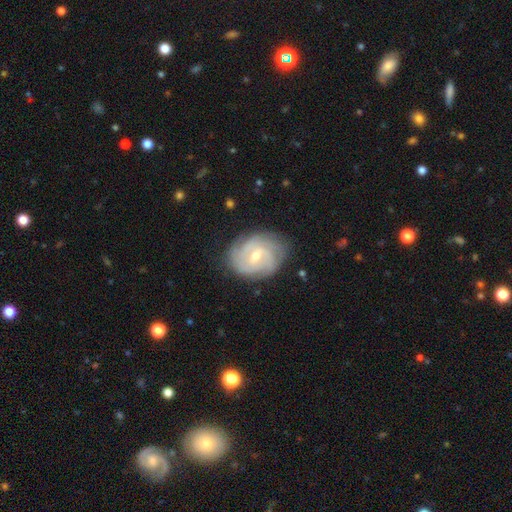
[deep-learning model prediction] The model was most divided on "bulge size": moderate: 53%, small: 43%, large: 2%, none: 1%, dominant: 1%. Remaining: edge-on disk — no (97%); spiral arms — yes (92%); smooth or featured — featured or disk (78%); merging — none (74%); spiral winding — tight (64%); bar — weak (59%); spiral arm count — can't tell (36%).